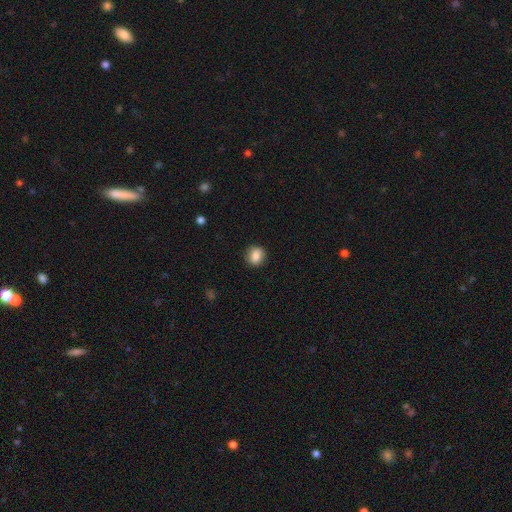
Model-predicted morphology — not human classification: Smooth or featured?
  - smooth: 85% *
  - star or artifact: 9%
  - featured or disk: 6%
How rounded?
  - round: 77% *
  - in between: 22%
  - cigar-shaped: 1%
Merging?
  - none: 89% *
  - minor disturbance: 8%
  - major disturbance: 2%
  - merger: 1%